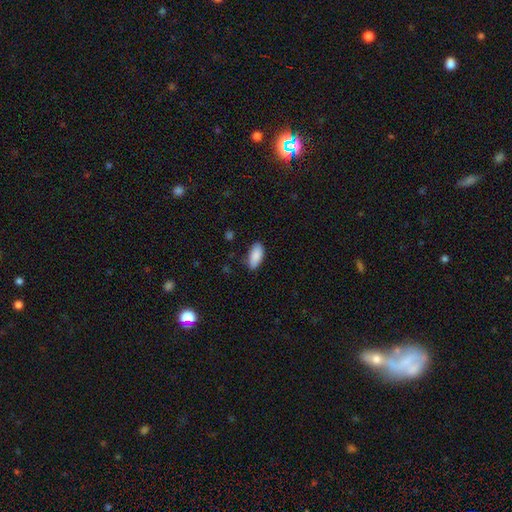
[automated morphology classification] A smooth galaxy with no disk features (89%) that is in between round and cigar-shaped (88%).

Vote fractions:
- Smooth or featured? smooth: 89% / star or artifact: 7% / featured or disk: 5%
- How rounded? in between: 88% / cigar-shaped: 10% / round: 2%
- Merging? none: 82% / minor disturbance: 14% / major disturbance: 3% / merger: 1%